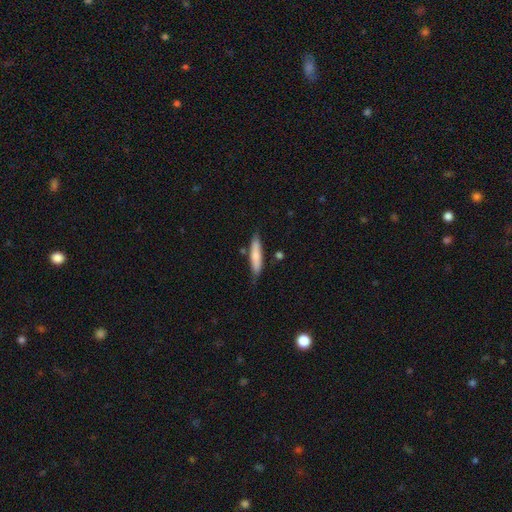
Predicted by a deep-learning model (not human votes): The model was most divided on "smooth or featured": smooth: 73%, featured or disk: 21%, star or artifact: 6%. More confident: how rounded — cigar-shaped (84%); merging — none (76%).